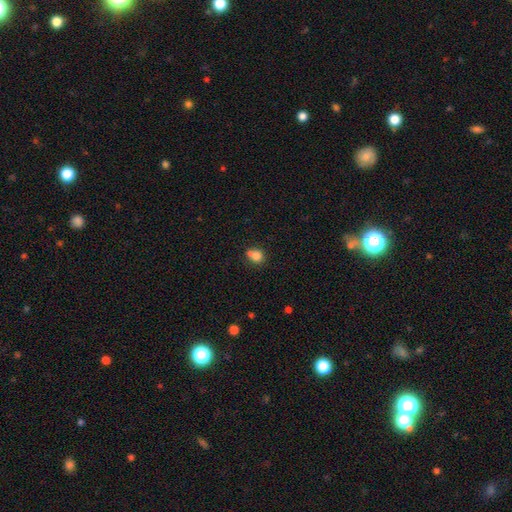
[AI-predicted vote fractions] Smooth or featured?
  - smooth: 80% *
  - star or artifact: 11%
  - featured or disk: 9%
How rounded?
  - round: 68% *
  - in between: 31%
  - cigar-shaped: 1%
Merging?
  - none: 51% *
  - merger: 22%
  - minor disturbance: 21%
  - major disturbance: 6%